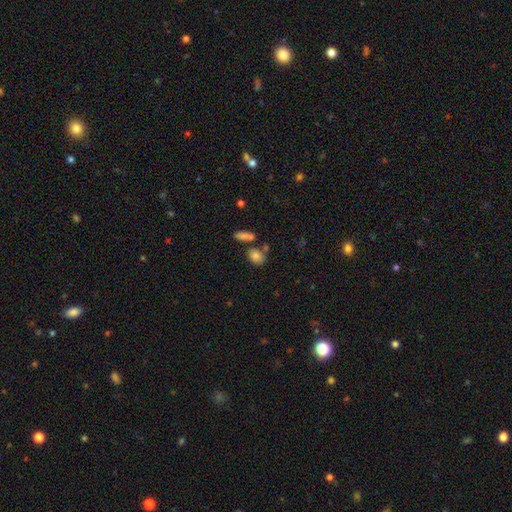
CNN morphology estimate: Q: Smooth or featured?
A: smooth (82%); runner-up: star or artifact (10%)
Q: How rounded?
A: in between (59%); runner-up: round (38%)
Q: Merging?
A: none (61%); runner-up: merger (20%)